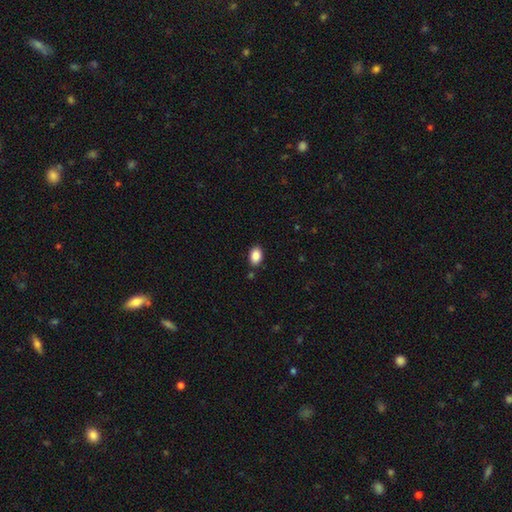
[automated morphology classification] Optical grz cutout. It shows a smooth galaxy with no disk features (88%) that is in between round and cigar-shaped (86%). Merging: none (86%).